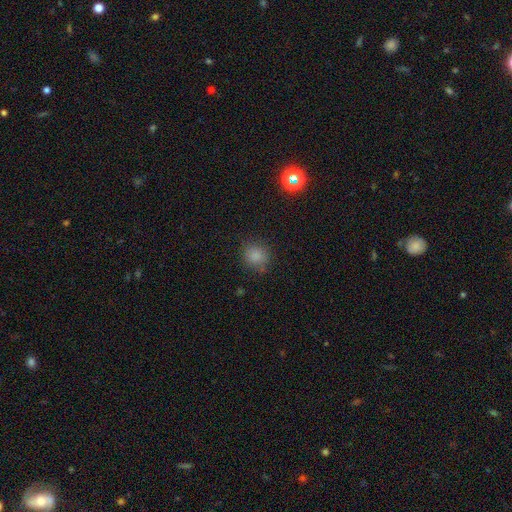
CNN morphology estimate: This appears to be a smooth galaxy with no disk features (82%) that is round (86%). Merging: none (80%).